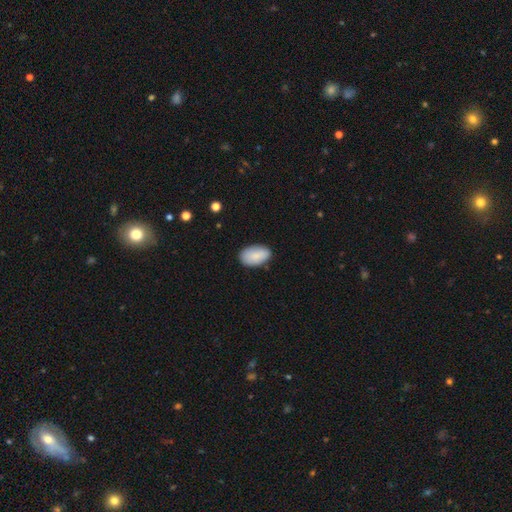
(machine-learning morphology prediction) The model was most divided on "merging": none: 80%, minor disturbance: 16%, major disturbance: 3%, merger: 1%. More confident: how rounded — in between (94%); smooth or featured — smooth (86%).